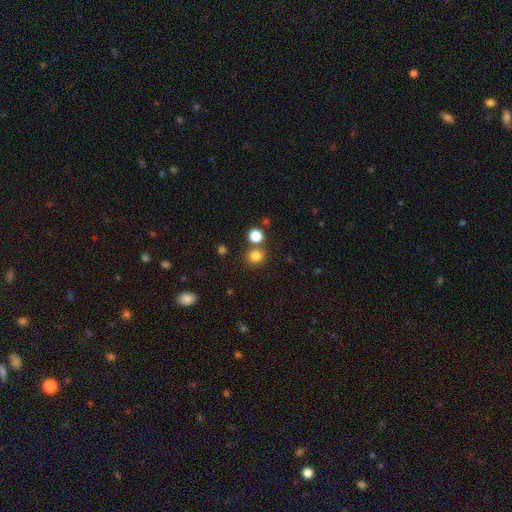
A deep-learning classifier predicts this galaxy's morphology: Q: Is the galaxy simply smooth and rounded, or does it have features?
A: smooth — 81%.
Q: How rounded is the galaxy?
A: round — 83%.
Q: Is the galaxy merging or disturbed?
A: none — 75%.